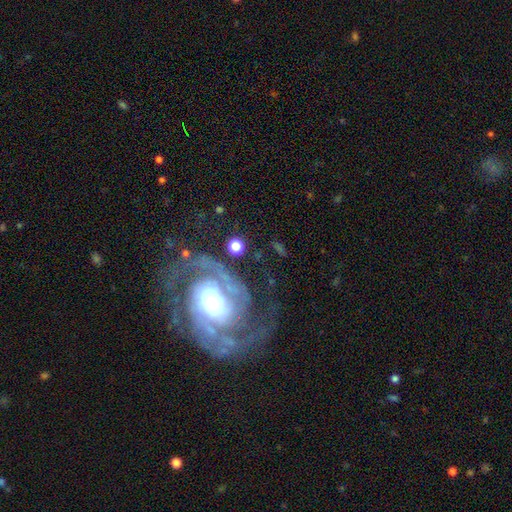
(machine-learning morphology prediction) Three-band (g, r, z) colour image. It shows a featured or disk galaxy (88%) with no bar (48%), 2 (64%) tight (54%) spiral arms (95%) and a large central bulge (46%). Merging: none (72%).